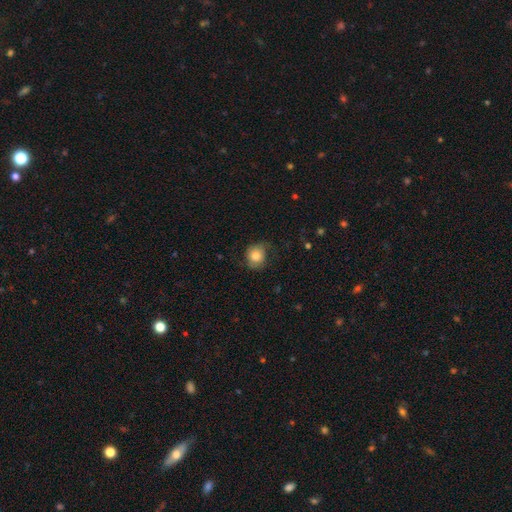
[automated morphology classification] Smooth or featured? smooth (77%)
How rounded? round (77%)
Merging? none (58%)